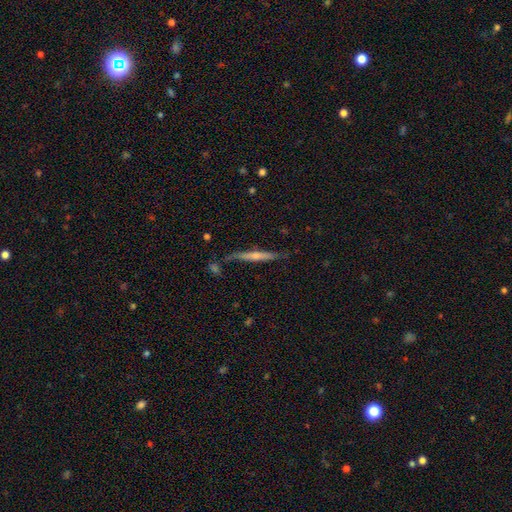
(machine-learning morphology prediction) Smooth or featured?
  - featured or disk: 53% *
  - smooth: 40%
  - star or artifact: 6%
Edge-on disk?
  - yes: 94% *
  - no: 6%
Merging?
  - none: 74% *
  - minor disturbance: 18%
  - merger: 4%
  - major disturbance: 4%